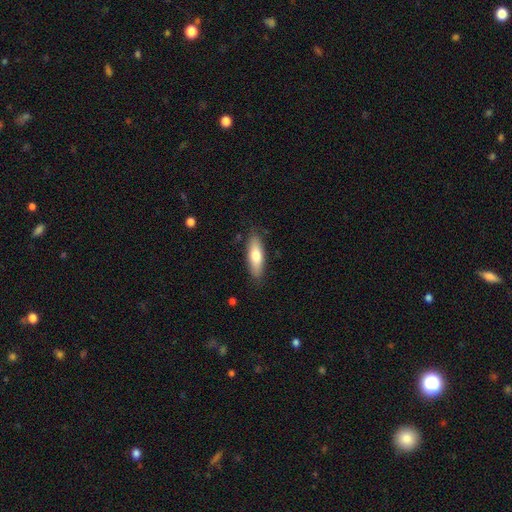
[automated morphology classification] Smooth or featured? Predicted: smooth (p=0.73). How rounded? Predicted: in between (p=0.51). Merging? Predicted: none (p=0.84).